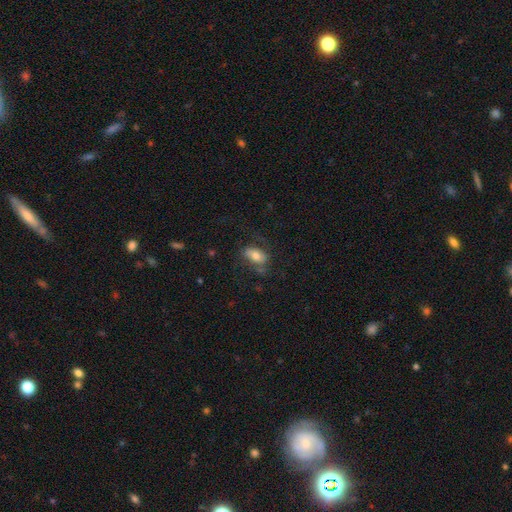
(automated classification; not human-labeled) Smooth or featured? Predicted: smooth (p=0.64). How rounded? Predicted: in between (p=0.88). Merging? Predicted: none (p=0.58).